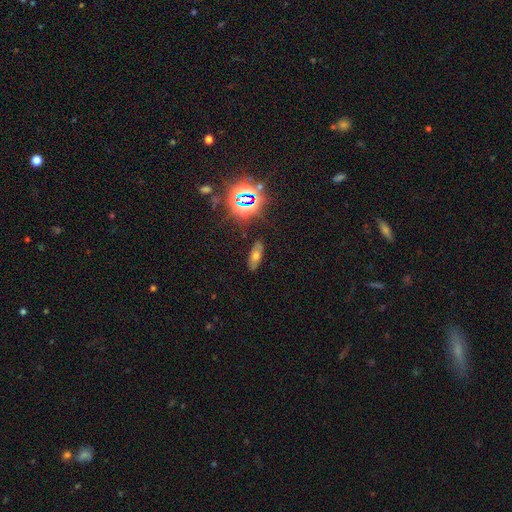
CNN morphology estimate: Smooth or featured: smooth — 49% (featured or disk — 26%)
Merging: none — 83% (minor disturbance — 12%)